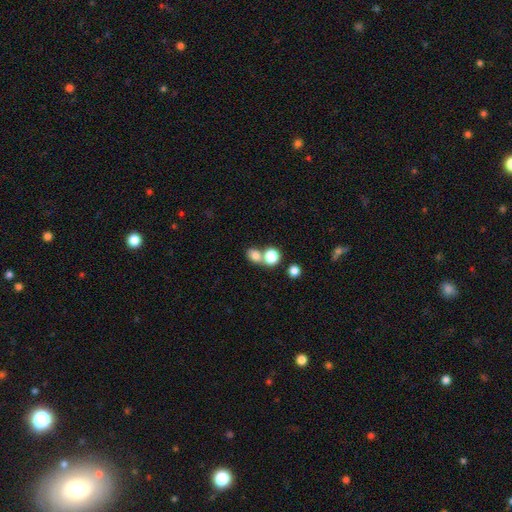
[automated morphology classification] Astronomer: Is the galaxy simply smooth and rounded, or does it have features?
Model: smooth — 79%.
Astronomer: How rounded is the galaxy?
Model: round — 59% (runner-up: in between, 39%).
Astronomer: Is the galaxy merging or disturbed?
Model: merger — 46% (runner-up: none, 42%).